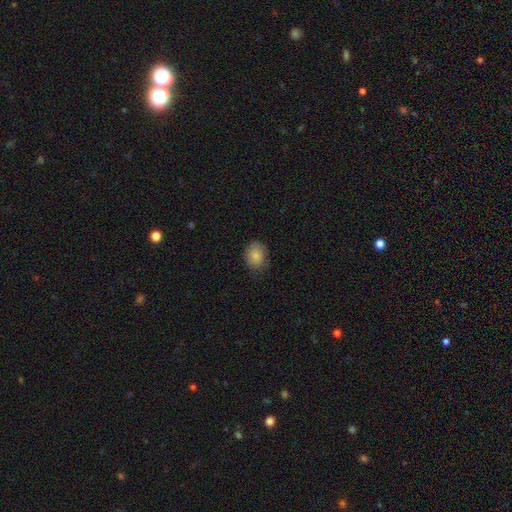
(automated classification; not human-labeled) The model was most divided on "how rounded": in between: 54%, round: 45%, cigar-shaped: 1%. More confident: smooth or featured — smooth (85%); merging — none (73%).